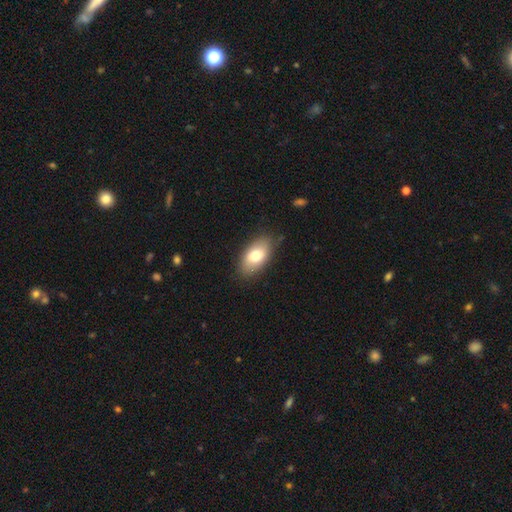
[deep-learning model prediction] smooth_or_featured: smooth (p=0.75) [alt: featured or disk p=0.19]
how_rounded: in between (p=0.92) [alt: round p=0.05]
merging: none (p=0.83) [alt: minor disturbance p=0.13]